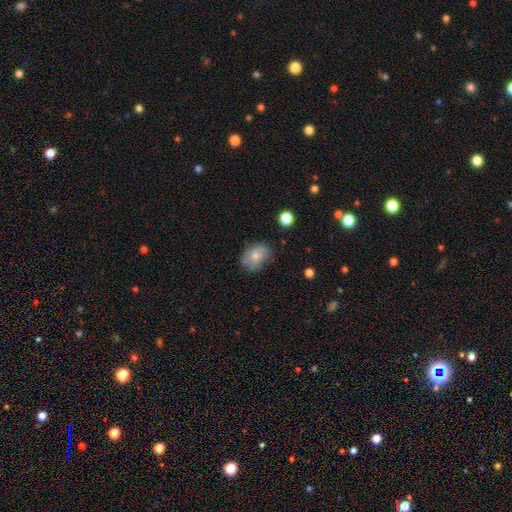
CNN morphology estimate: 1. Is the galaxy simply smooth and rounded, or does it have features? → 78% smooth, 13% featured or disk, 8% star or artifact.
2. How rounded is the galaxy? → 71% in between, 28% round, 1% cigar-shaped.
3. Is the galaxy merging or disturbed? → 71% none, 22% minor disturbance, 6% major disturbance, 2% merger.